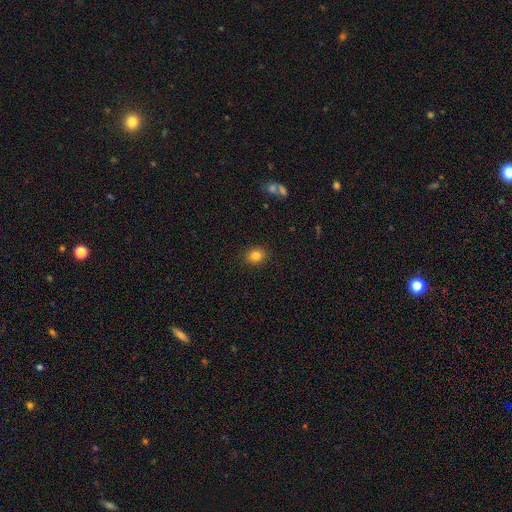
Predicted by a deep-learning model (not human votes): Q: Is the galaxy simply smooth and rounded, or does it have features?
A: smooth — 83%.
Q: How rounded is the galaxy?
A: round — 66%.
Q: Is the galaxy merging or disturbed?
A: none — 90%.